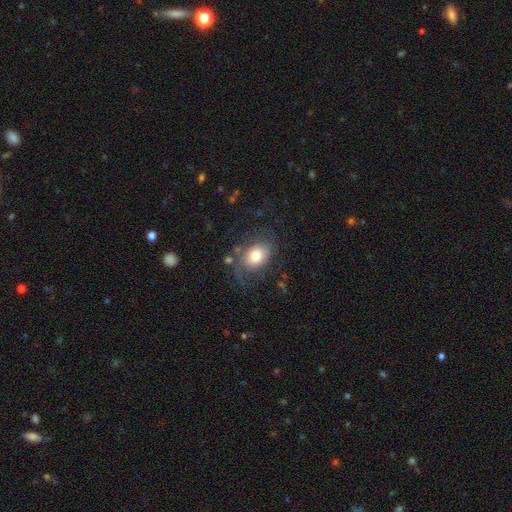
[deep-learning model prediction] Q: Smooth or featured?
A: smooth (63%); runner-up: featured or disk (29%)
Q: How rounded?
A: in between (68%); runner-up: round (31%)
Q: Merging?
A: none (53%); runner-up: minor disturbance (22%)